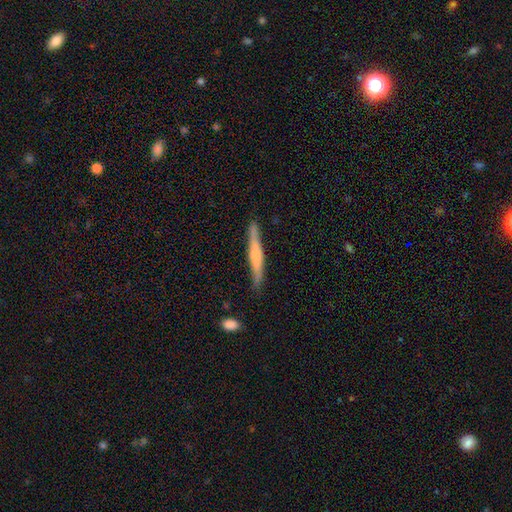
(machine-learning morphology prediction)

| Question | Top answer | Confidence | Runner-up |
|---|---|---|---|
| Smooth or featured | featured or disk | 52% | smooth (42%) |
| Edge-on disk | yes | 96% | no (4%) |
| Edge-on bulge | rounded | 54% | none (24%) |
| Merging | none | 85% | minor disturbance (11%) |